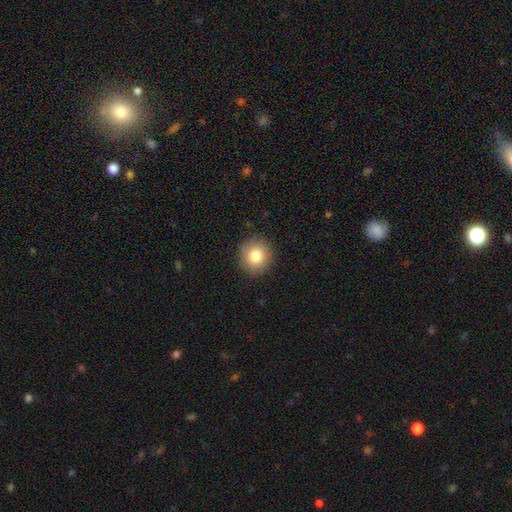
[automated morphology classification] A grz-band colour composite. It shows a smooth galaxy with no disk features (80%) that is round (91%). Merging: none (90%).